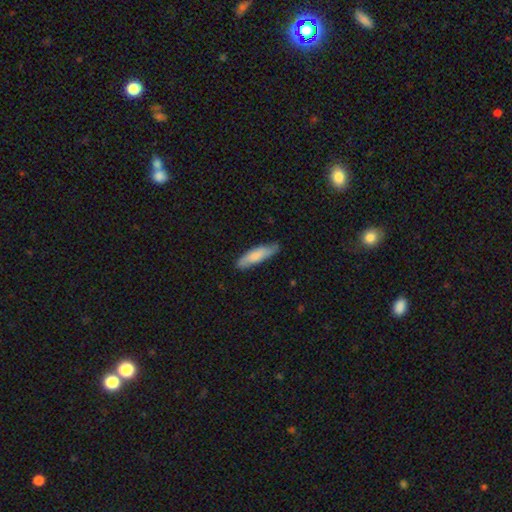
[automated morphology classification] The model was most divided on "how rounded": cigar-shaped: 67%, in between: 32%, round: 1%. More confident: merging — none (78%); smooth or featured — smooth (75%).